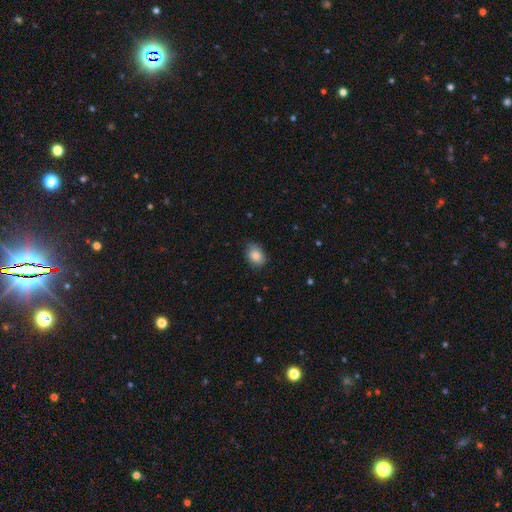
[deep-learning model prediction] Smooth or featured? Predicted: smooth (p=0.84). How rounded? Predicted: in between (p=0.66). Merging? Predicted: none (p=0.76).